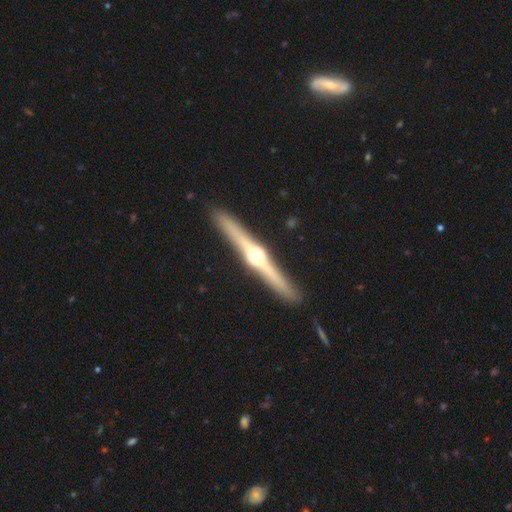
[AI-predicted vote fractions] This is clearly a featured or disk galaxy (82%). It is clearly viewed edge-on (98%). Edge-on bulge: clearly rounded (96%). Merging: clearly none (92%).